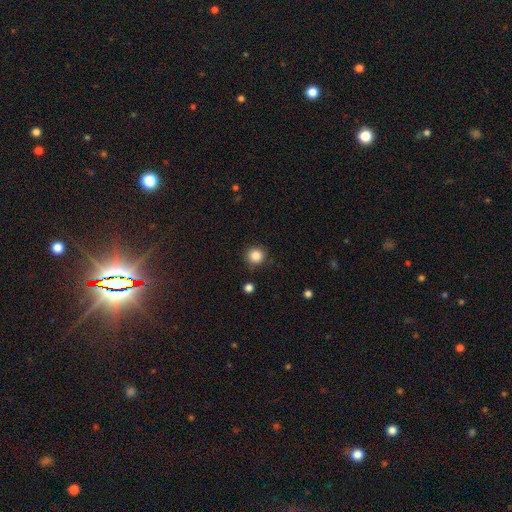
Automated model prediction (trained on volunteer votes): Overall: smooth (85%). How rounded: round (93%). Merging: none (87%).